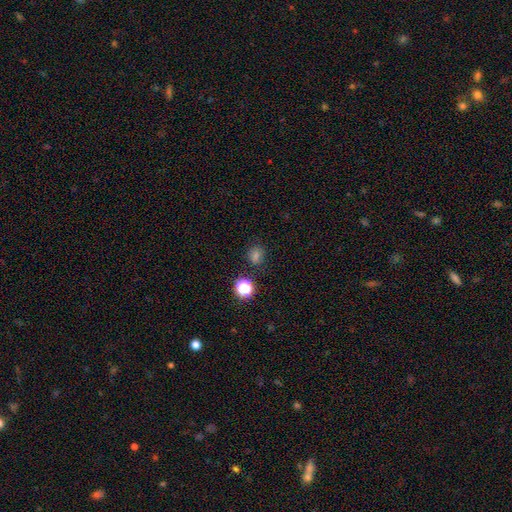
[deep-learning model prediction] smooth-or-featured: smooth: 63% | star or artifact: 29% | featured or disk: 8%
  how-rounded: round: 78% | in between: 21% | cigar-shaped: 1%
  merging: none: 84% | minor disturbance: 9% | merger: 4% | major disturbance: 3%